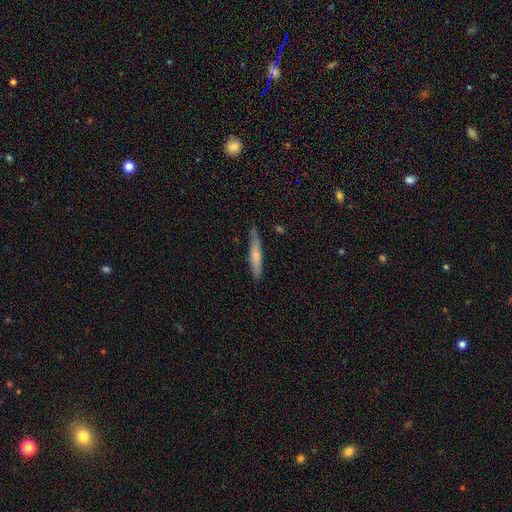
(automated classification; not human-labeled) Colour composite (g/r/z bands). It shows a smooth galaxy with no disk features (58%) that is cigar-shaped (91%). Merging: none (85%).